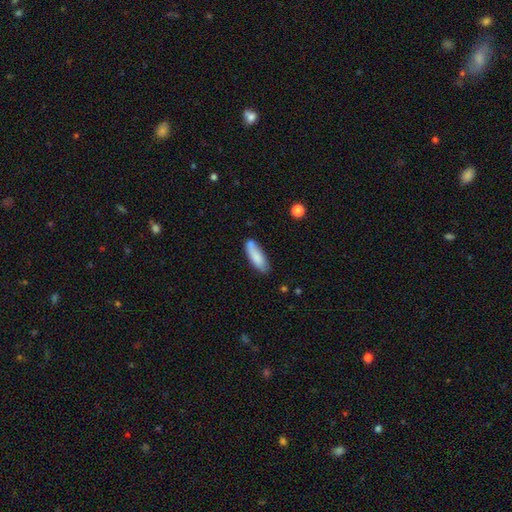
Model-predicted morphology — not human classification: Smooth or featured? smooth (82%)
How rounded? in between (53%)
Merging? none (66%)